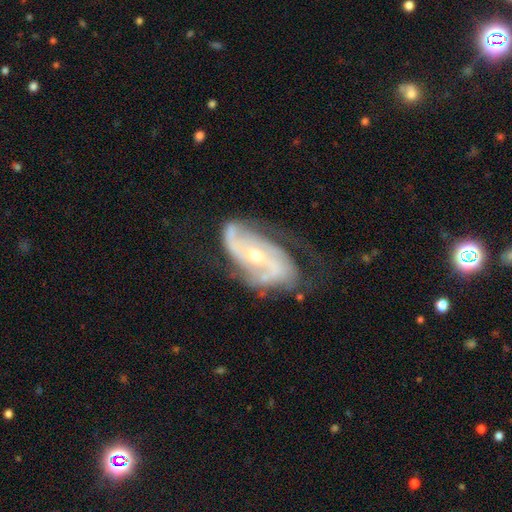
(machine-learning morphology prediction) Smooth or featured?
  - featured or disk: 85% *
  - smooth: 9%
  - star or artifact: 6%
Edge-on disk?
  - no: 95% *
  - yes: 5%
Bar?
  - no: 51% *
  - weak: 33%
  - strong: 16%
Spiral arms?
  - yes: 93% *
  - no: 7%
Spiral winding?
  - medium: 43% *
  - tight: 30%
  - loose: 27%
Spiral arm count?
  - 2: 65% *
  - can't tell: 15%
  - 3: 10%
  - 1: 4%
  - 4: 3%
  - more than 4: 2%
Bulge size?
  - small: 51% *
  - moderate: 46%
  - large: 2%
  - none: 1%
  - dominant: 1%
Merging?
  - none: 51% *
  - minor disturbance: 25%
  - major disturbance: 20%
  - merger: 4%